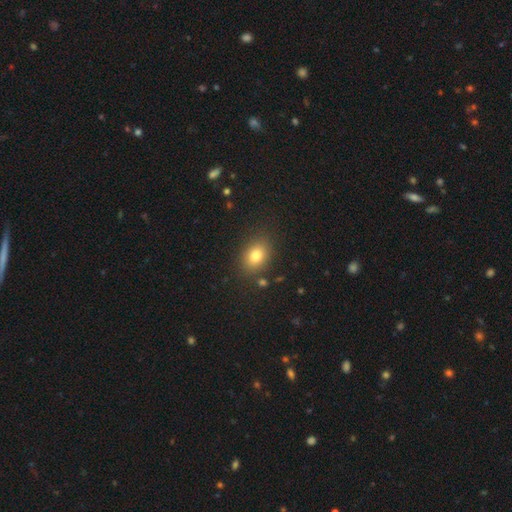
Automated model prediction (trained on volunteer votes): This appears to be a smooth galaxy with no disk features (81%) that is in between round and cigar-shaped (69%). Merging: none (84%).